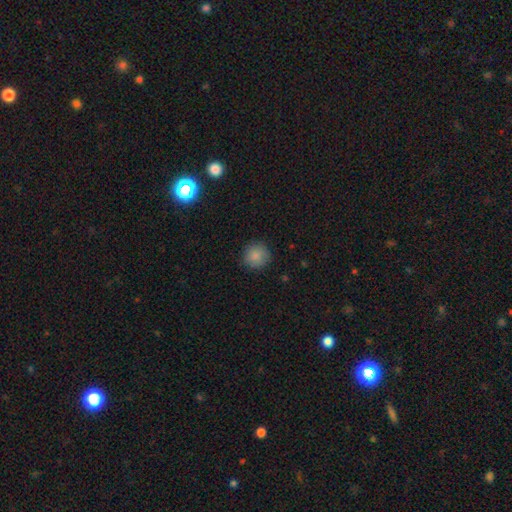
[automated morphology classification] Smooth or featured? smooth (86%)
How rounded? round (93%)
Merging? none (87%)